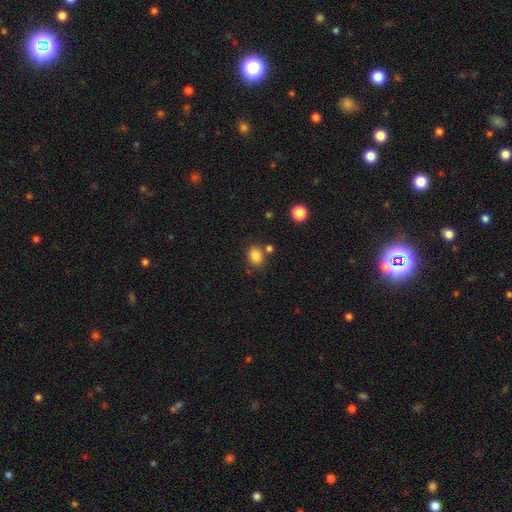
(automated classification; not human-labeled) smooth 84%, star or artifact 11%, featured or disk 5%. Down the decision tree: how rounded — round (55%); merging — none (73%).